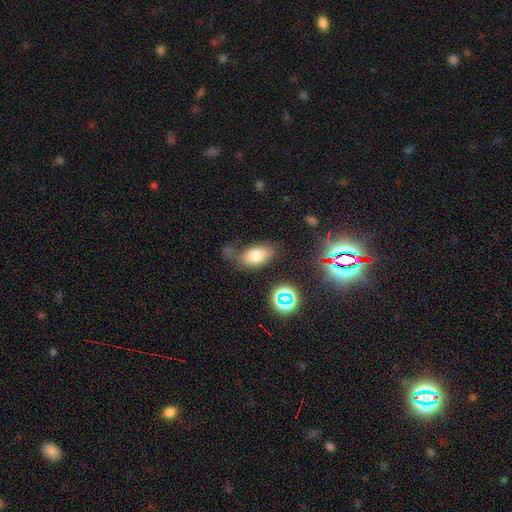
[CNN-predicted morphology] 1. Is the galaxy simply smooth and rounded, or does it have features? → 74% smooth, 13% featured or disk, 13% star or artifact.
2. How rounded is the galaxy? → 89% in between, 8% round, 3% cigar-shaped.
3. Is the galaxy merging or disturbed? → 59% none, 22% minor disturbance, 10% major disturbance, 9% merger.